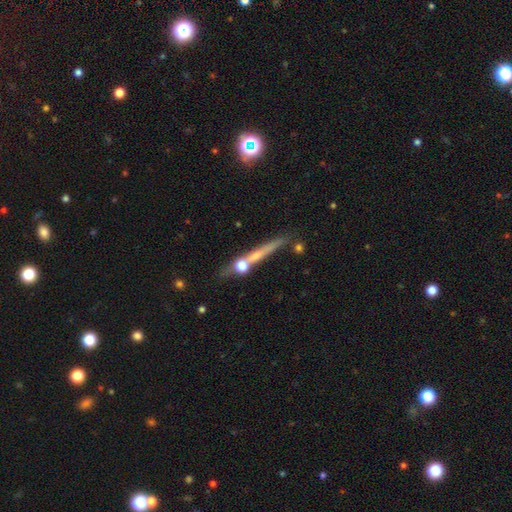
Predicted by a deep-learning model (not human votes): A featured or disk galaxy (53%) viewed edge-on (89%).

Vote fractions:
- Smooth or featured? featured or disk: 53% / smooth: 35% / star or artifact: 12%
- Edge-on disk? yes: 89% / no: 11%
- Merging? none: 66% / merger: 16% / minor disturbance: 13% / major disturbance: 5%